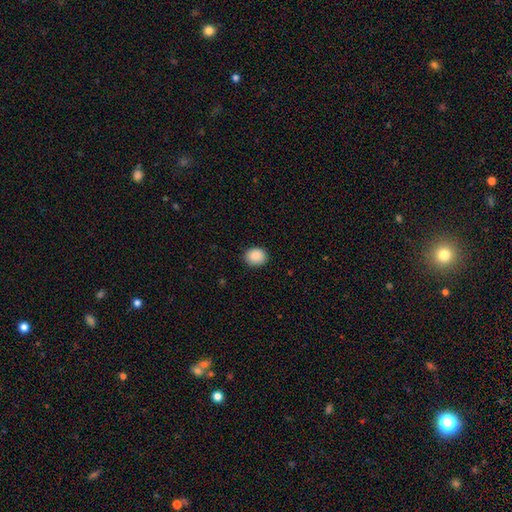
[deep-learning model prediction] smooth_or_featured: smooth (p=0.88) [alt: star or artifact p=0.08]
how_rounded: round (p=0.67) [alt: in between p=0.32]
merging: none (p=0.89) [alt: minor disturbance p=0.08]